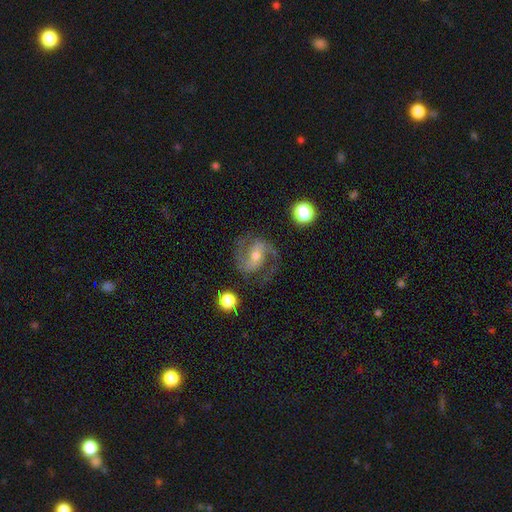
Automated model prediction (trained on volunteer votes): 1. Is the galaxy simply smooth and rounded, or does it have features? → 87% featured or disk, 7% smooth, 6% star or artifact.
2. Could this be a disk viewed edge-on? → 98% no, 2% yes.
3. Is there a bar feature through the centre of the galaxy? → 40% weak, 35% strong, 24% no.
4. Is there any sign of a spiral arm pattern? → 97% yes, 3% no.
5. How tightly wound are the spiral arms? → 60% medium, 21% loose, 19% tight.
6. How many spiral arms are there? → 92% 2, 2% can't tell, 2% 1, 1% 3, 1% 4, 1% more than 4.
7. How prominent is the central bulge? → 48% moderate, 46% small, 3% large, 2% none, 1% dominant.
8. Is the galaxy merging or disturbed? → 77% none, 13% minor disturbance, 8% major disturbance, 2% merger.